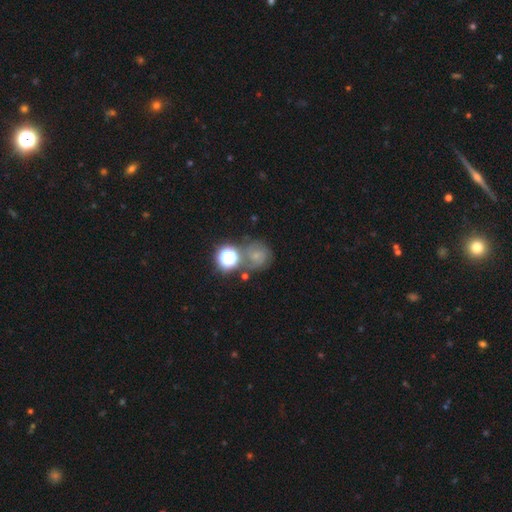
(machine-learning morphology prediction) Overall: featured or disk (45%; smooth 32%). Merging: none (62%).